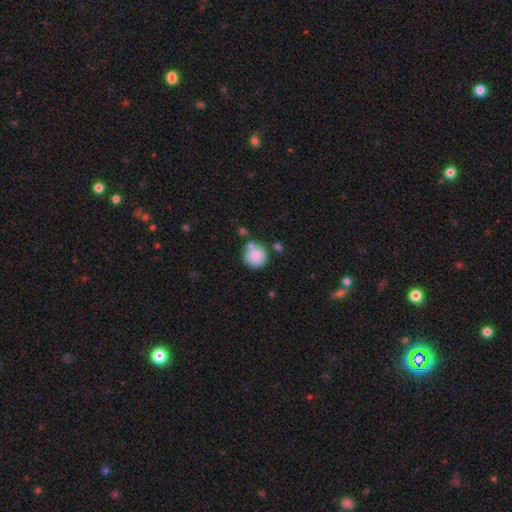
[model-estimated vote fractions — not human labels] Q: Smooth or featured?
A: smooth (85%); runner-up: star or artifact (8%)
Q: How rounded?
A: round (93%); runner-up: in between (6%)
Q: Merging?
A: none (69%); runner-up: merger (15%)